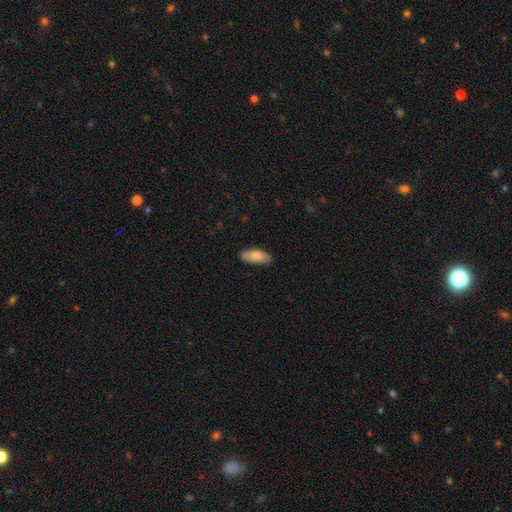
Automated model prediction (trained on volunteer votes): smooth 79%, featured or disk 15%, star or artifact 6%. Down the decision tree: how rounded — in between (82%); merging — none (78%).